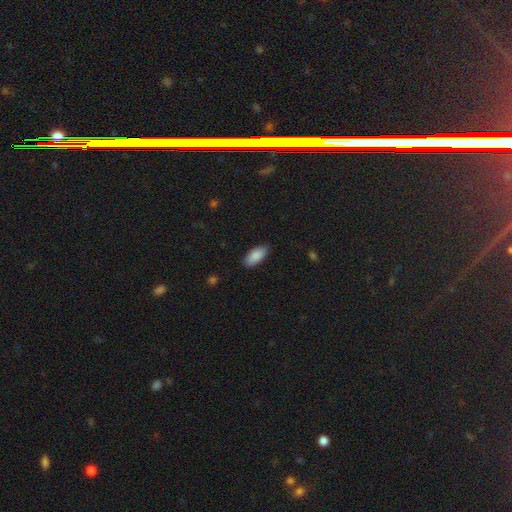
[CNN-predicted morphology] Smooth or featured: smooth — 89% (star or artifact — 6%)
How rounded: in between — 91% (cigar-shaped — 8%)
Merging: none — 86% (minor disturbance — 11%)